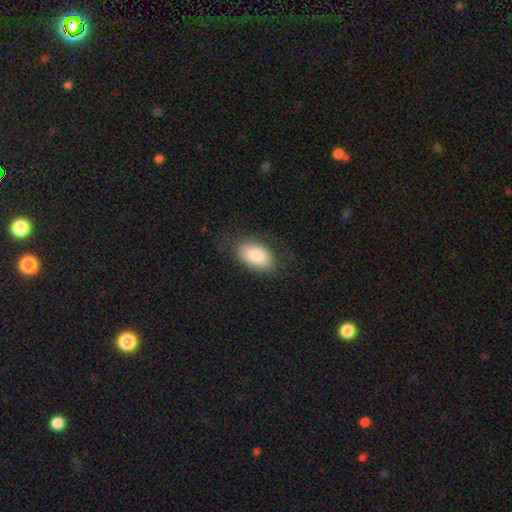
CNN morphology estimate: Smooth or featured?
  - smooth: 84% *
  - featured or disk: 10%
  - star or artifact: 7%
How rounded?
  - in between: 92% *
  - round: 6%
  - cigar-shaped: 1%
Merging?
  - none: 79% *
  - minor disturbance: 15%
  - major disturbance: 5%
  - merger: 1%